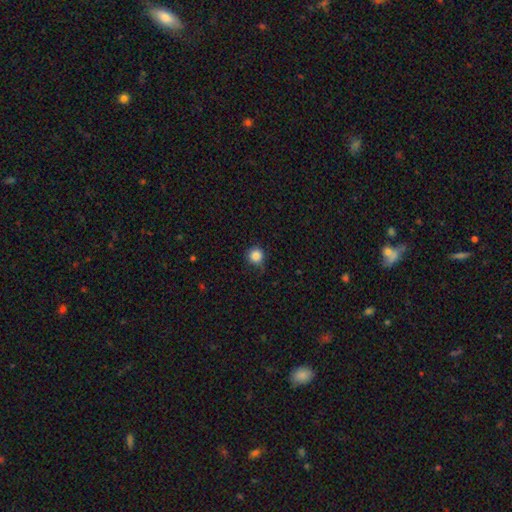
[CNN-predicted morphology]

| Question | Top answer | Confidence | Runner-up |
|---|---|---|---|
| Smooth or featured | smooth | 86% | star or artifact (10%) |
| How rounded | round | 95% | in between (4%) |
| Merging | none | 76% | minor disturbance (18%) |